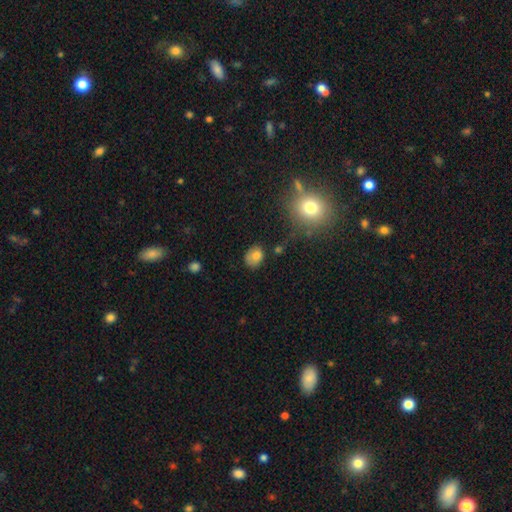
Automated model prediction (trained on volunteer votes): This appears to be a smooth galaxy with no disk features (77%) that is round (50%). Merging: none (68%).